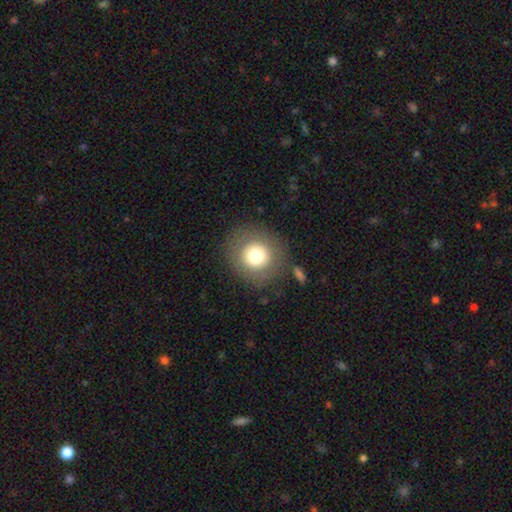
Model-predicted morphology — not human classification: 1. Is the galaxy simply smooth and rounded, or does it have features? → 73% smooth, 16% featured or disk, 11% star or artifact.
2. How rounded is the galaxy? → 93% round, 6% in between, 1% cigar-shaped.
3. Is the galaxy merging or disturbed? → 83% none, 9% minor disturbance, 5% major disturbance, 3% merger.